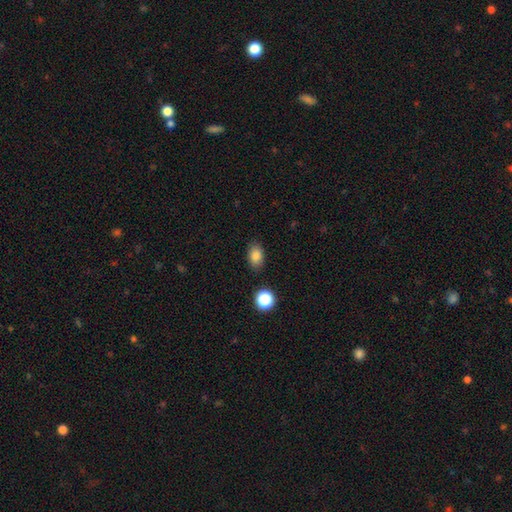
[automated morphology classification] This is clearly a smooth galaxy (84%). How rounded: clearly in between (82%). Merging: clearly none (85%).